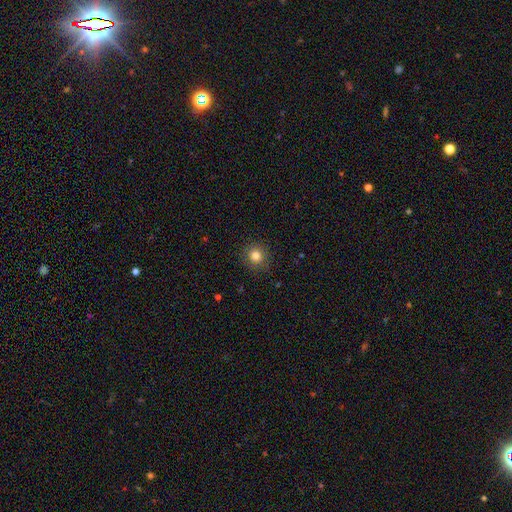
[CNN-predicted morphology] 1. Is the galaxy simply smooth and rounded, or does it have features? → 81% smooth, 12% star or artifact, 6% featured or disk.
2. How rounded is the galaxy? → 92% round, 7% in between, 1% cigar-shaped.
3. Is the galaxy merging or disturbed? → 90% none, 7% minor disturbance, 2% major disturbance, 1% merger.